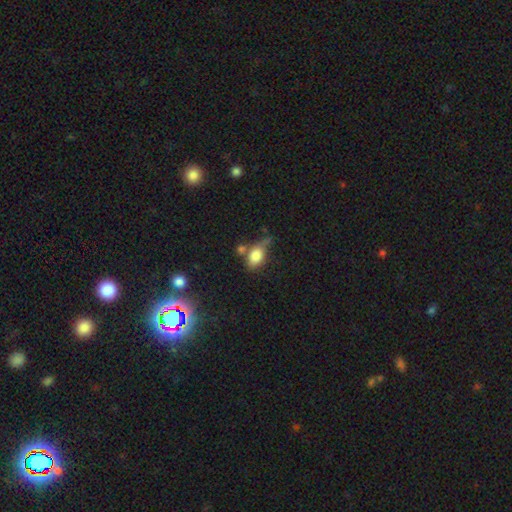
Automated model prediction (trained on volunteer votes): smooth-or-featured: smooth: 75% | featured or disk: 15% | star or artifact: 10%
  how-rounded: in between: 78% | round: 17% | cigar-shaped: 5%
  merging: none: 38% | minor disturbance: 28% | merger: 20% | major disturbance: 15%